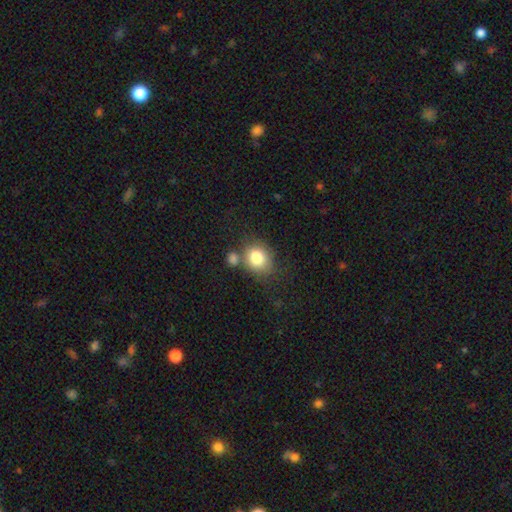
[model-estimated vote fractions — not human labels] smooth 82%, featured or disk 10%, star or artifact 9%. Down the decision tree: how rounded — round (57%); merging — none (54%).